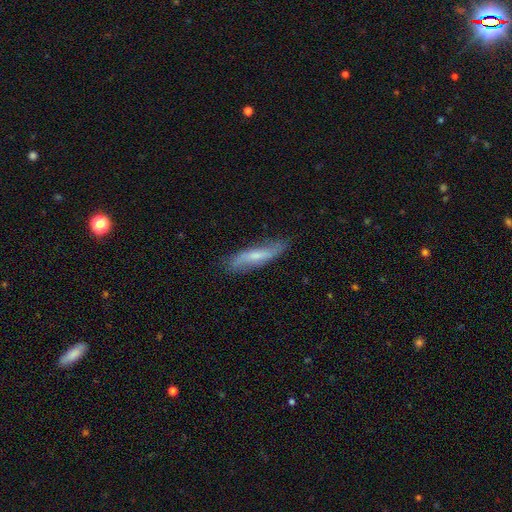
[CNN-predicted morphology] Smooth or featured? Predicted: featured or disk (p=0.49). Merging? Predicted: none (p=0.76).